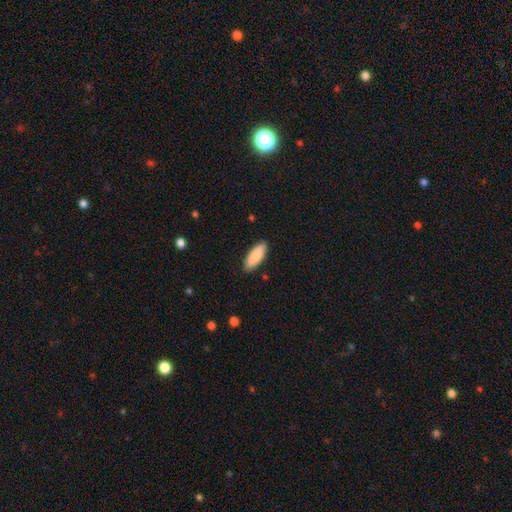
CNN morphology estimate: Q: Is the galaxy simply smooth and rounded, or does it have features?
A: smooth — 86%.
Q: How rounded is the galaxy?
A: in between — 72%.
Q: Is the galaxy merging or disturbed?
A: none — 89%.